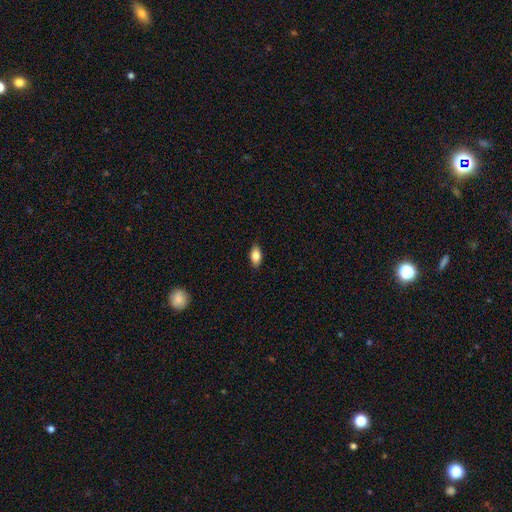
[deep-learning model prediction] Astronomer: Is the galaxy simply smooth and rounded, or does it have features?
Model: smooth — 82%.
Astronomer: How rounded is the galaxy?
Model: in between — 89%.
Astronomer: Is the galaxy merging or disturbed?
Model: none — 88%.